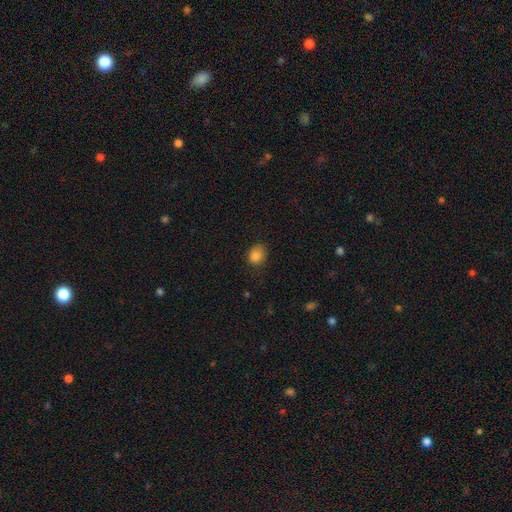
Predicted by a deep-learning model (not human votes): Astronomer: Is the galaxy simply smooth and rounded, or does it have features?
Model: smooth — 85%.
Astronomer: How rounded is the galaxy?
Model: round — 52% (runner-up: in between, 47%).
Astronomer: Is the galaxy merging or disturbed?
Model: none — 73%.